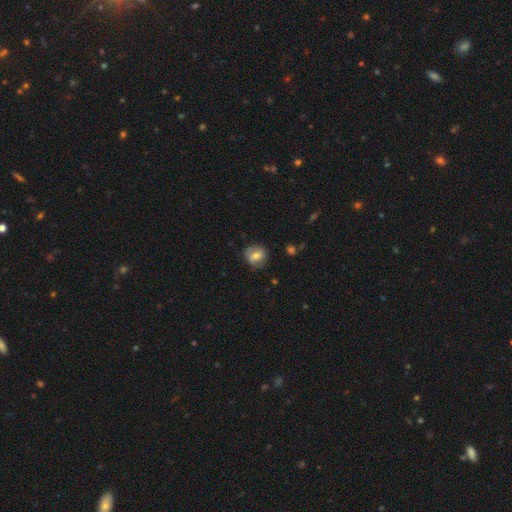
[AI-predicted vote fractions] This is likely a smooth galaxy (67%). How rounded: likely round (78%). Merging: likely none (79%).